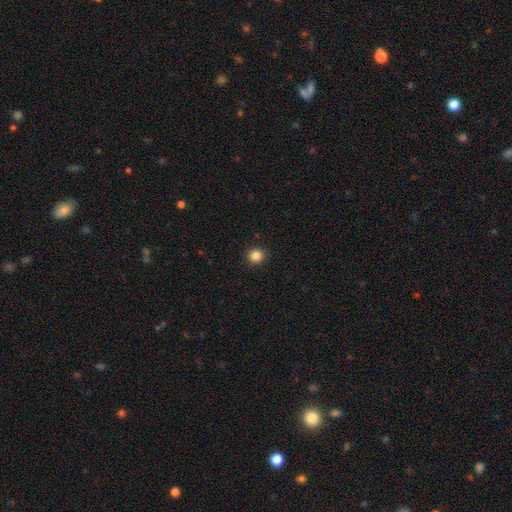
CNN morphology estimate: This is clearly a smooth galaxy (85%). How rounded: clearly round (89%). Merging: clearly none (92%).